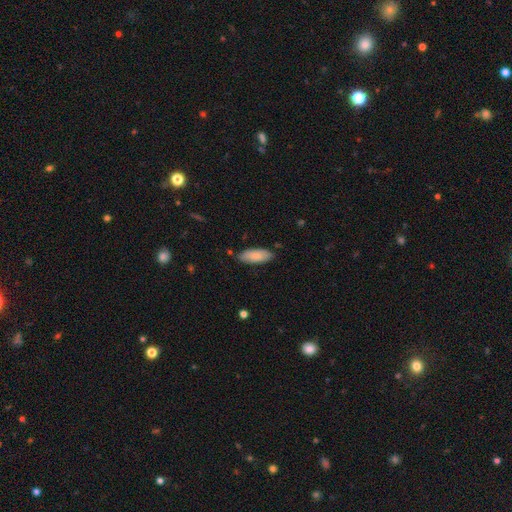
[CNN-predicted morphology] Smooth or featured?
  - smooth: 84% *
  - featured or disk: 10%
  - star or artifact: 6%
How rounded?
  - in between: 76% *
  - cigar-shaped: 23%
  - round: 2%
Merging?
  - none: 82% *
  - minor disturbance: 14%
  - major disturbance: 2%
  - merger: 2%